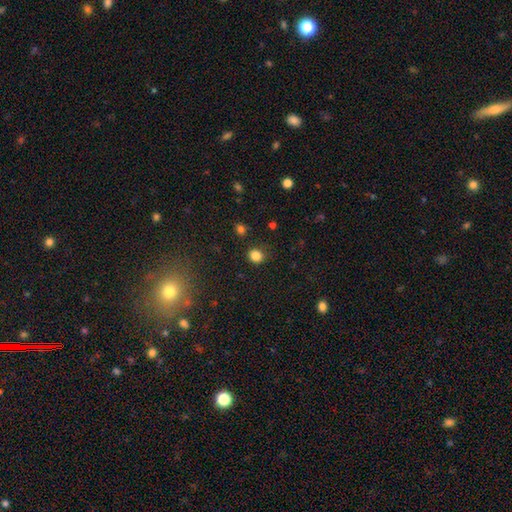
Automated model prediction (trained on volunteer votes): Smooth or featured? Predicted: smooth (p=0.84). How rounded? Predicted: round (p=0.81). Merging? Predicted: none (p=0.86).